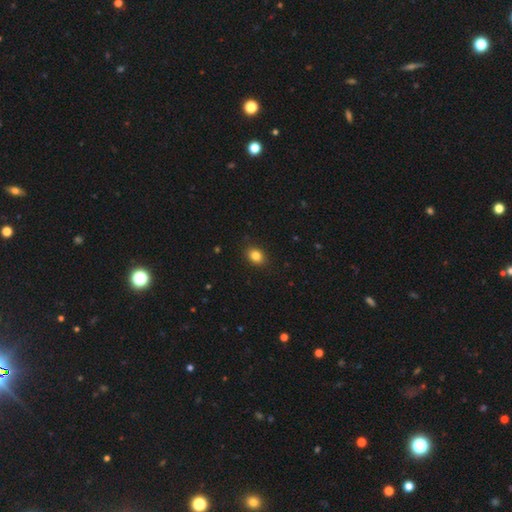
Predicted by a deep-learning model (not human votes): The model was most divided on "how rounded": in between: 56%, round: 43%, cigar-shaped: 1%. More confident: merging — none (89%); smooth or featured — smooth (84%).